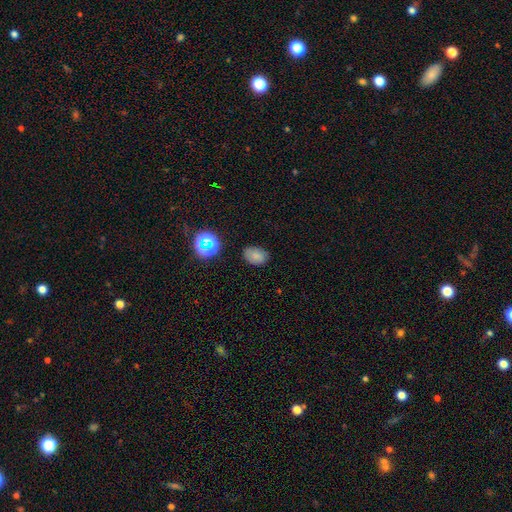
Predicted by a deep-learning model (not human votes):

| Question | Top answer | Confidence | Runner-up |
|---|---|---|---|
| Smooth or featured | smooth | 76% | star or artifact (15%) |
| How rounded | in between | 77% | round (22%) |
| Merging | none | 80% | minor disturbance (15%) |